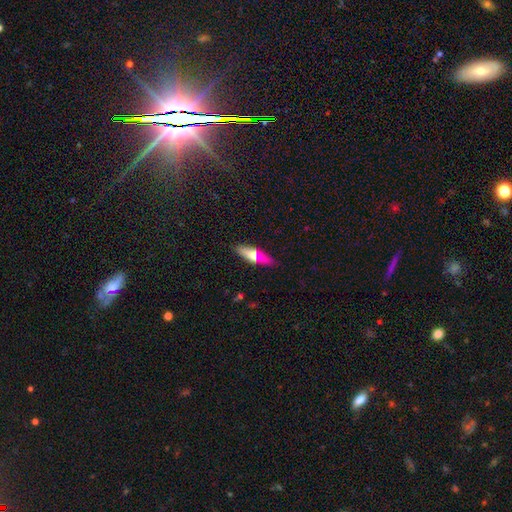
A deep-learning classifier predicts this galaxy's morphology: The model was most divided on "how rounded": cigar-shaped: 58%, in between: 39%, round: 4%. More confident: merging — none (86%); smooth or featured — smooth (58%).